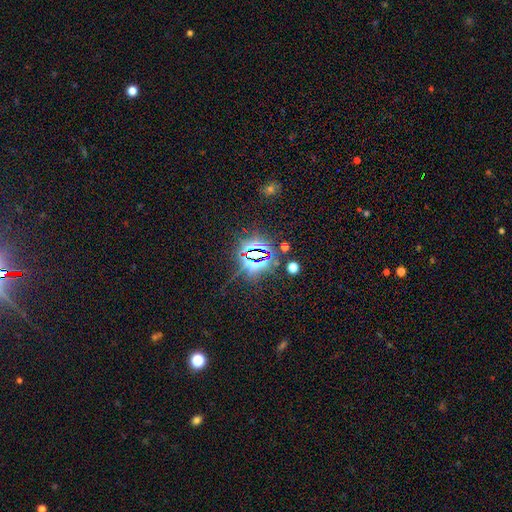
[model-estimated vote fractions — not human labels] This appears to be a star or artifact, not a galaxy (80%).